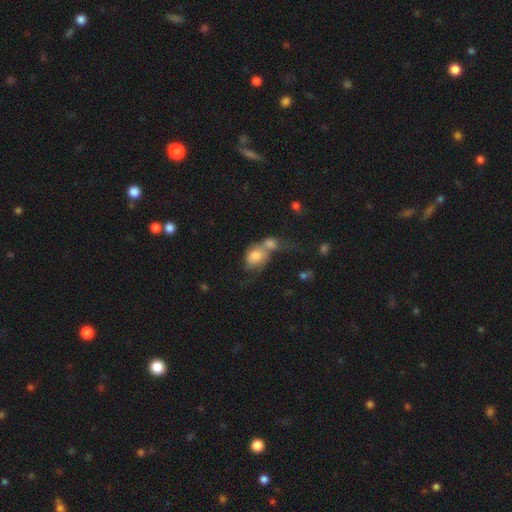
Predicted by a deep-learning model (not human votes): This appears to be a smooth galaxy with no disk features (73%) that is in between round and cigar-shaped (63%). Merging: merger (65%).